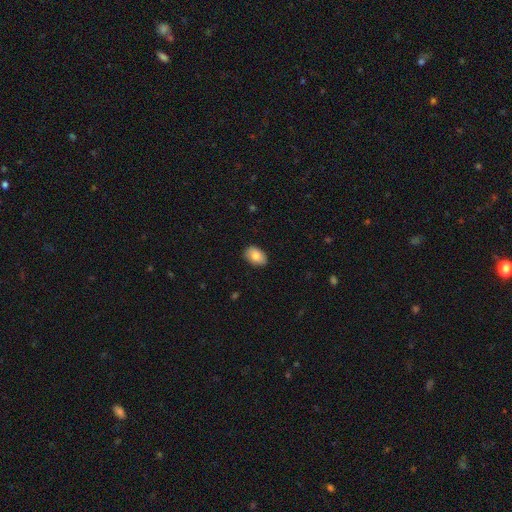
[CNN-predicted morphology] A smooth galaxy with no disk features (83%) that is in between round and cigar-shaped (88%). Merging: none (84%).